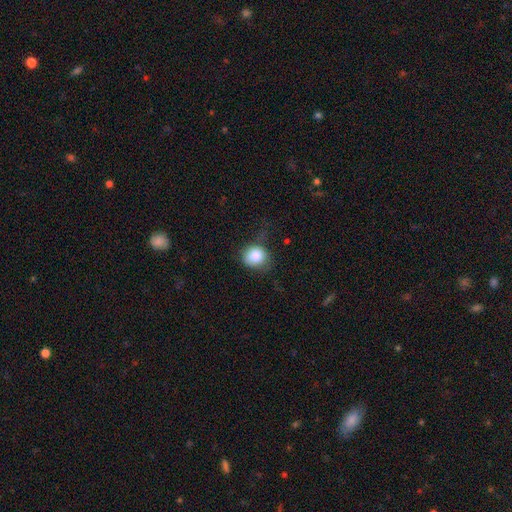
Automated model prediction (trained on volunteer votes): Smooth or featured? Predicted: smooth (p=0.83). How rounded? Predicted: round (p=0.77). Merging? Predicted: none (p=0.63).